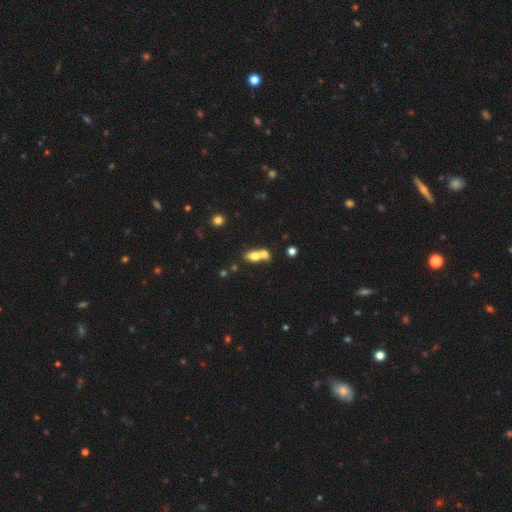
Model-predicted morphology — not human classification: This appears to be a smooth galaxy with no disk features (71%) that is in between round and cigar-shaped (73%). Merging: merger (67%).